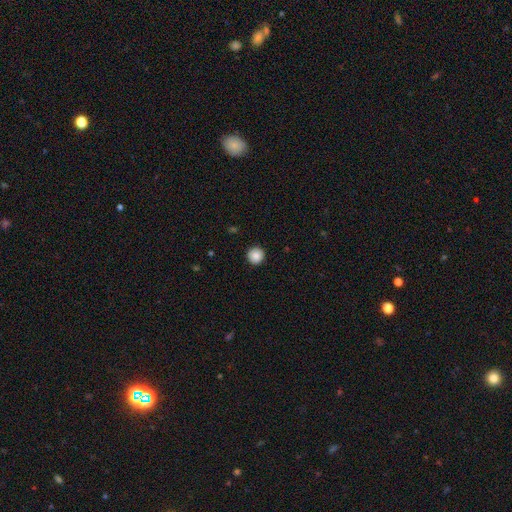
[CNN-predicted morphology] Smooth or featured: smooth — 88% (star or artifact — 8%)
How rounded: round — 96% (in between — 3%)
Merging: none — 92% (minor disturbance — 5%)